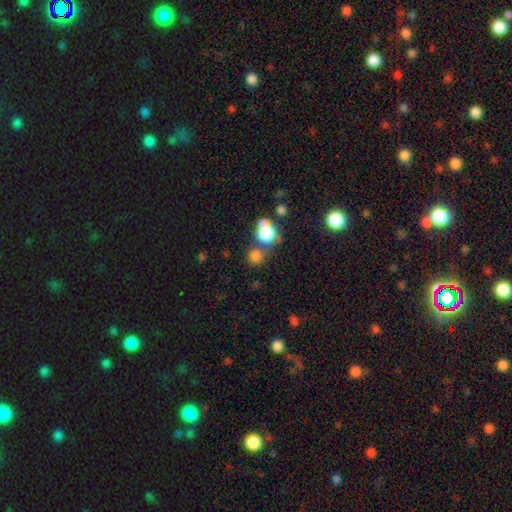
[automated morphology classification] smooth-or-featured: smooth: 75% | star or artifact: 16% | featured or disk: 9%
  how-rounded: round: 82% | in between: 17% | cigar-shaped: 1%
  merging: none: 53% | merger: 31% | minor disturbance: 10% | major disturbance: 6%